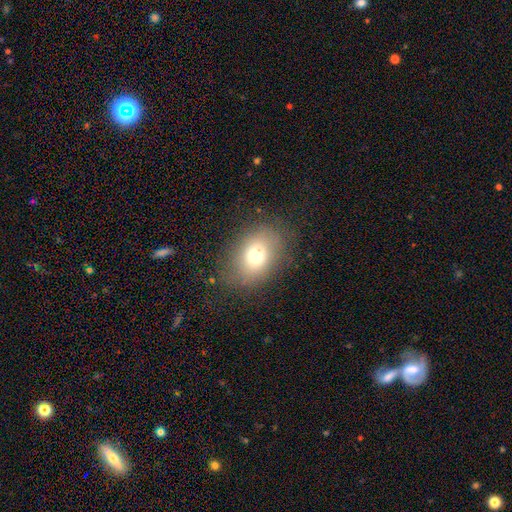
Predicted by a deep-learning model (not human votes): Smooth or featured? smooth (69%)
How rounded? in between (66%)
Merging? none (75%)